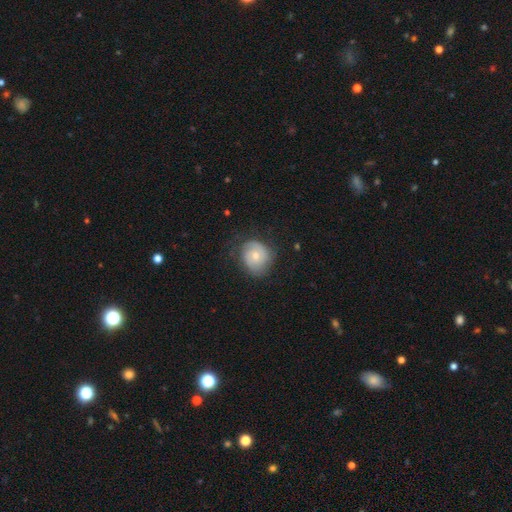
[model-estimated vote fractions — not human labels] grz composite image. It shows a featured or disk galaxy (61%) with no bar (75%), 2 (54%) tight (53%) spiral arms (86%) and a small central bulge (50%). Merging: none (68%).